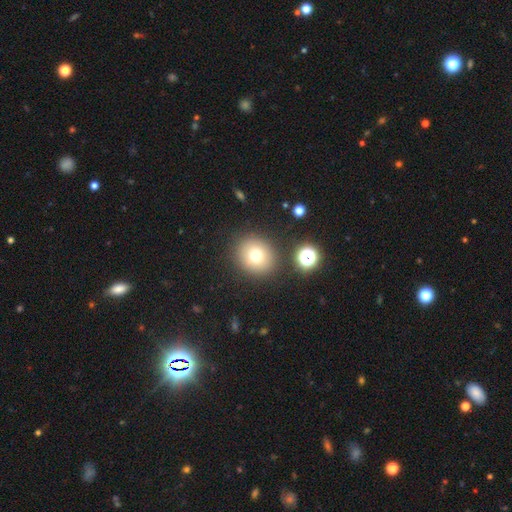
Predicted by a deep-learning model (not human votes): smooth_or_featured: smooth (p=0.74) [alt: star or artifact p=0.15]
how_rounded: round (p=0.81) [alt: in between p=0.19]
merging: none (p=0.86) [alt: minor disturbance p=0.08]